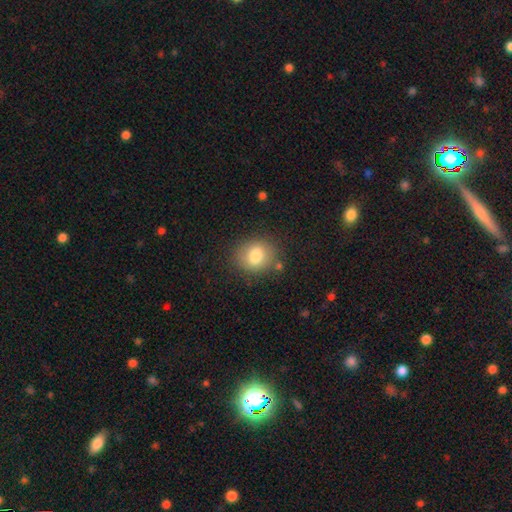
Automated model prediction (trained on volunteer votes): smooth_or_featured: smooth (p=0.79) [alt: featured or disk p=0.12]
how_rounded: round (p=0.67) [alt: in between p=0.32]
merging: none (p=0.81) [alt: minor disturbance p=0.12]